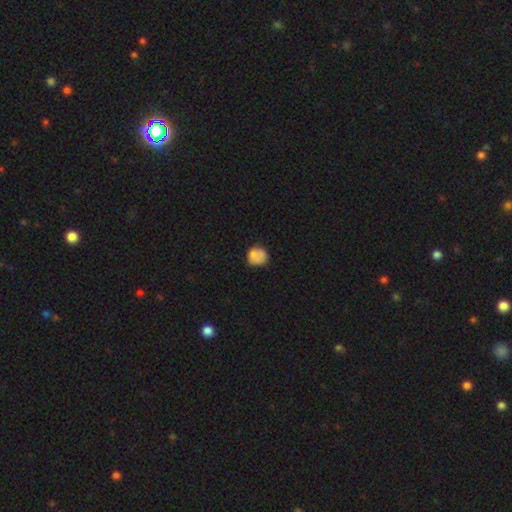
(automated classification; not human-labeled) A smooth galaxy with no disk features (70%) that is round (78%).

Vote fractions:
- Smooth or featured? smooth: 70% / featured or disk: 21% / star or artifact: 10%
- How rounded? round: 78% / in between: 21% / cigar-shaped: 1%
- Merging? none: 52% / minor disturbance: 21% / merger: 18% / major disturbance: 9%